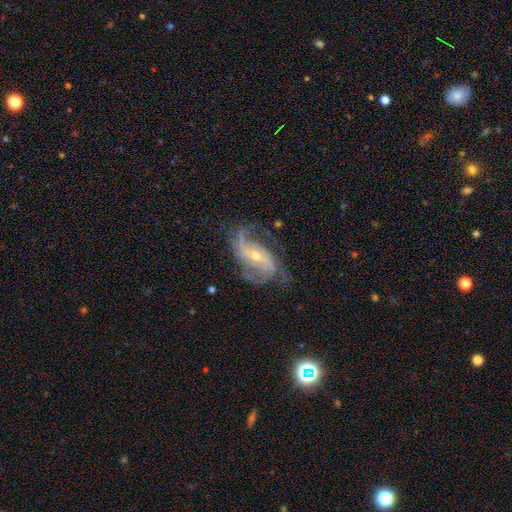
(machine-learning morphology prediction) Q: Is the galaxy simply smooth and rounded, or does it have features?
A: featured or disk — 86%.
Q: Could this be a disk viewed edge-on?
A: no — 96%.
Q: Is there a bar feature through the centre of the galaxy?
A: no — 39%.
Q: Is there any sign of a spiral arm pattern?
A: yes — 95%.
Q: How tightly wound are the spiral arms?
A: loose — 52%.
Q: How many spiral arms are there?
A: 2 — 63%.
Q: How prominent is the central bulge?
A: small — 62%.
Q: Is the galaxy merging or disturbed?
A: none — 58%.